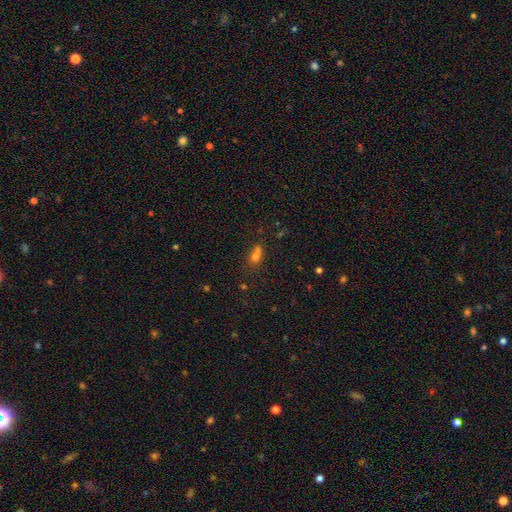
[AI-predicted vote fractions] Smooth or featured?
  - smooth: 67% *
  - star or artifact: 20%
  - featured or disk: 13%
How rounded?
  - in between: 57% *
  - round: 36%
  - cigar-shaped: 8%
Merging?
  - none: 41% *
  - merger: 33%
  - minor disturbance: 17%
  - major disturbance: 9%